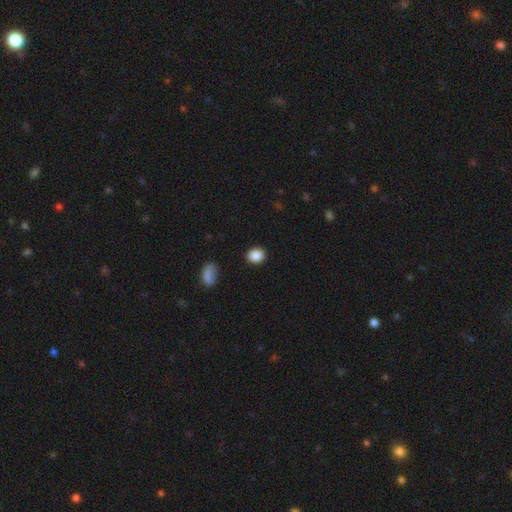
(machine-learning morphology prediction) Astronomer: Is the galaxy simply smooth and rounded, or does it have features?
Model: smooth — 87%.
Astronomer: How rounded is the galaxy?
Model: round — 57% (runner-up: in between, 42%).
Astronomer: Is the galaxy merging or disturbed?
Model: none — 89%.